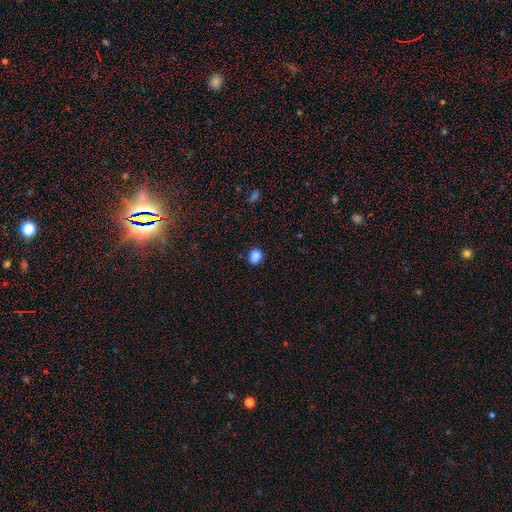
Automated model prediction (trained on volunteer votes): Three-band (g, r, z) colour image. It shows a smooth galaxy with no disk features (86%) that is round (72%). Merging: none (83%).